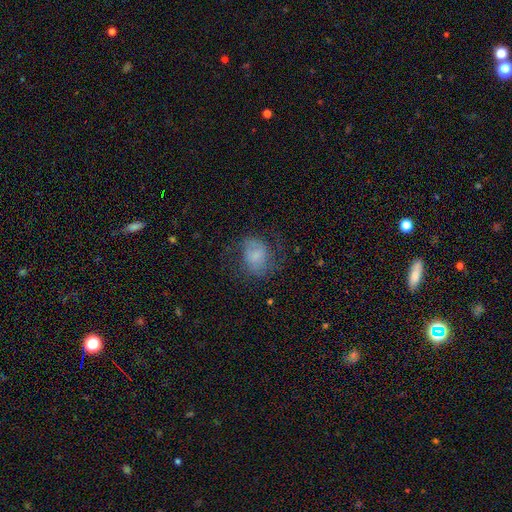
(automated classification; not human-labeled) This appears to be a smooth galaxy with no disk features (50%) that is in between round and cigar-shaped (52%). Merging: none (54%).